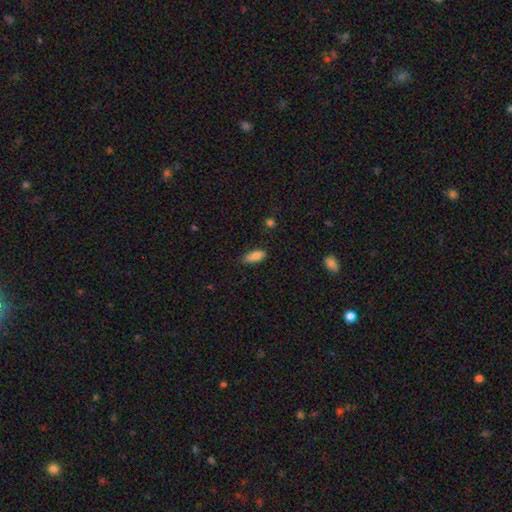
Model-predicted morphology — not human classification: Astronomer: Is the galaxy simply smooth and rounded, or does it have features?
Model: smooth — 83%.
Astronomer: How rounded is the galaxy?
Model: in between — 80%.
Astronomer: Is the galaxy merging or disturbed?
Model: none — 72%.